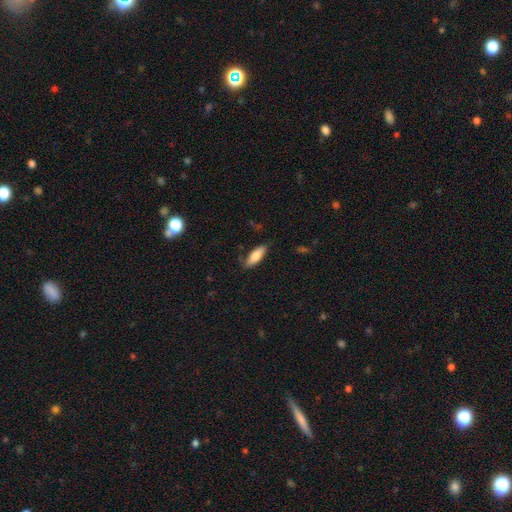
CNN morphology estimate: A smooth galaxy with no disk features (80%) that is in between round and cigar-shaped (67%). Merging: none (77%).